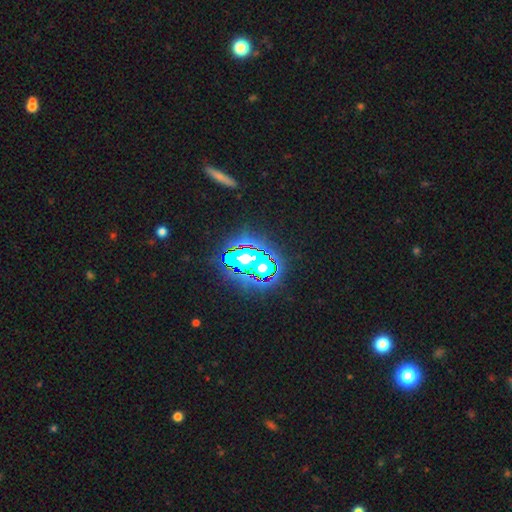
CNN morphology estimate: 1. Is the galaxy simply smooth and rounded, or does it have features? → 77% star or artifact, 13% smooth, 10% featured or disk.